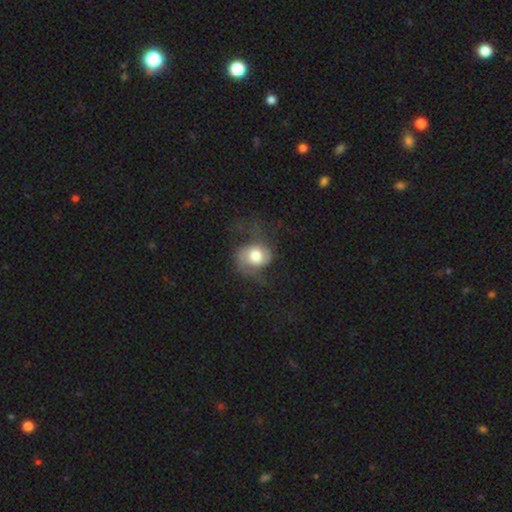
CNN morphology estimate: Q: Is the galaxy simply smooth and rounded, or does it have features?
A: smooth — 47%.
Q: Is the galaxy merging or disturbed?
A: none — 41%.